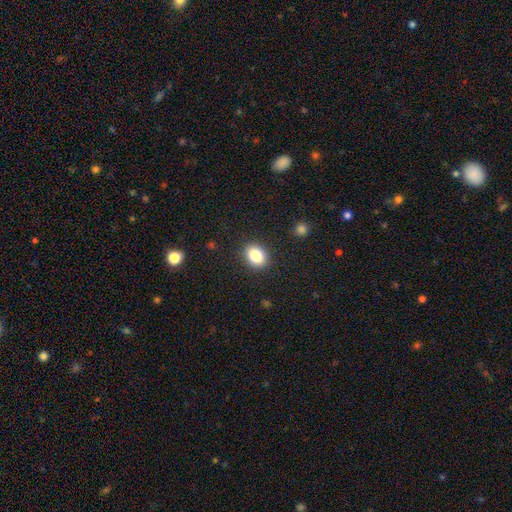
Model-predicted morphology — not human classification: This appears to be a smooth galaxy with no disk features (85%) that is in between round and cigar-shaped (55%). Merging: none (89%).